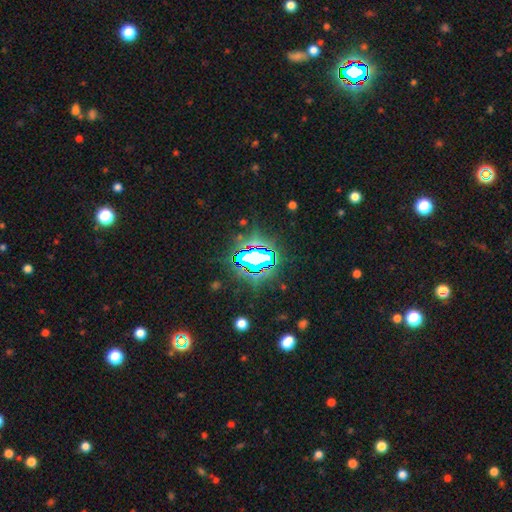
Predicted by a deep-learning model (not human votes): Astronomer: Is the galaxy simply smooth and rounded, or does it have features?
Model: star or artifact — 75%.